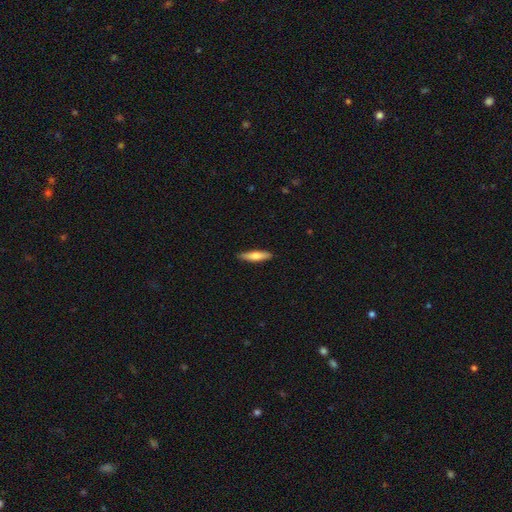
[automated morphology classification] This appears to be a smooth galaxy with no disk features (66%) that is cigar-shaped (78%). Merging: none (90%).